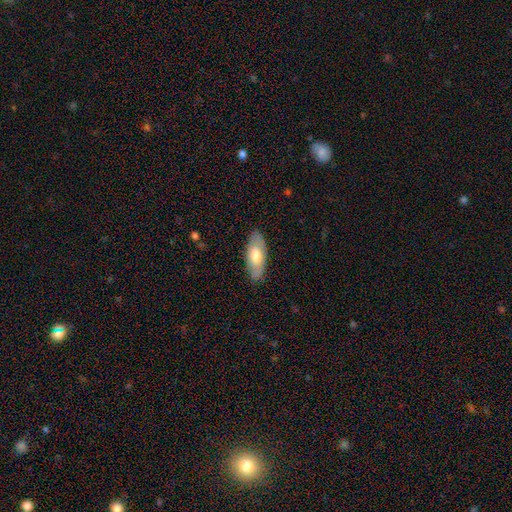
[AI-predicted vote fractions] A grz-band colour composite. It shows a smooth galaxy with no disk features (64%) that is in between round and cigar-shaped (83%). Merging: none (85%).